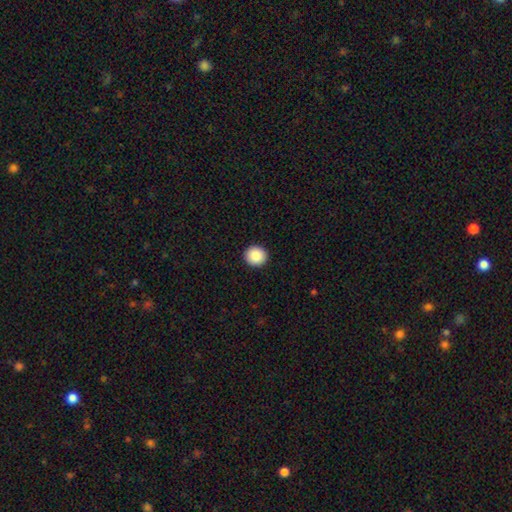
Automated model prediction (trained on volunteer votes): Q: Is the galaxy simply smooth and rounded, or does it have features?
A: smooth — 89%.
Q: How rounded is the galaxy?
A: round — 92%.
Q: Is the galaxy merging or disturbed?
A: none — 93%.